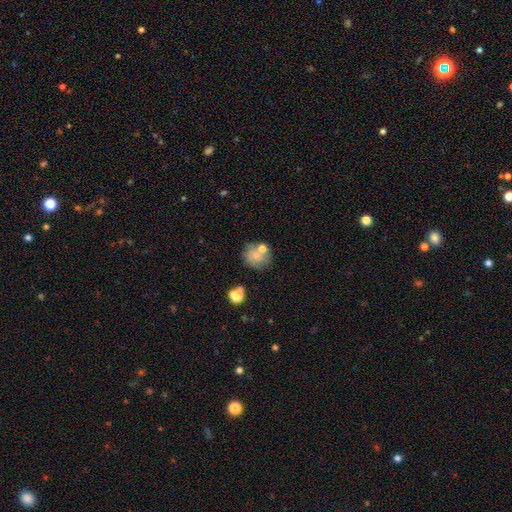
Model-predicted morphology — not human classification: Smooth or featured?
  - smooth: 64% *
  - featured or disk: 25%
  - star or artifact: 11%
How rounded?
  - round: 79% *
  - in between: 20%
  - cigar-shaped: 1%
Merging?
  - none: 53% *
  - merger: 22%
  - minor disturbance: 17%
  - major disturbance: 8%